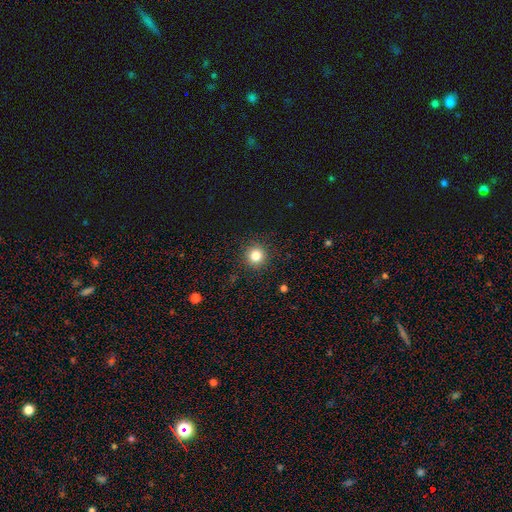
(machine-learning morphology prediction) Smooth or featured?
  - smooth: 83% *
  - star or artifact: 12%
  - featured or disk: 5%
How rounded?
  - round: 94% *
  - in between: 5%
  - cigar-shaped: 1%
Merging?
  - none: 92% *
  - minor disturbance: 5%
  - major disturbance: 2%
  - merger: 1%